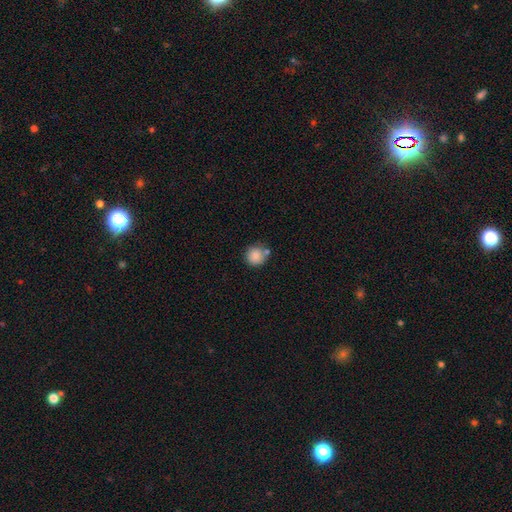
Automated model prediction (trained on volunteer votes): smooth_or_featured: smooth (p=0.85) [alt: star or artifact p=0.09]
how_rounded: round (p=0.92) [alt: in between p=0.07]
merging: none (p=0.66) [alt: merger p=0.16]